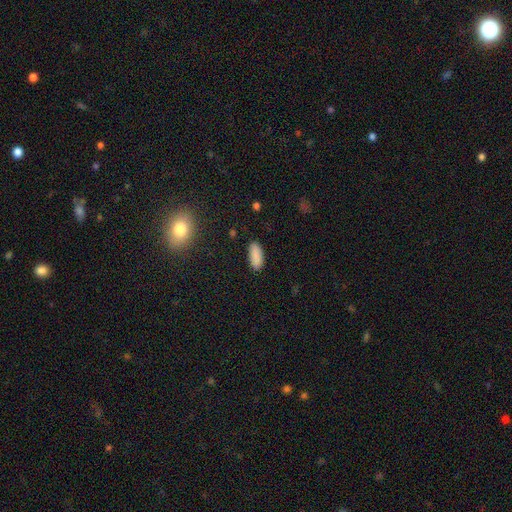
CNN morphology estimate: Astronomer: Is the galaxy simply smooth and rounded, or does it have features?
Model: smooth — 88%.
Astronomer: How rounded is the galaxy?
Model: in between — 85%.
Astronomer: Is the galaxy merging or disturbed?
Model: none — 88%.